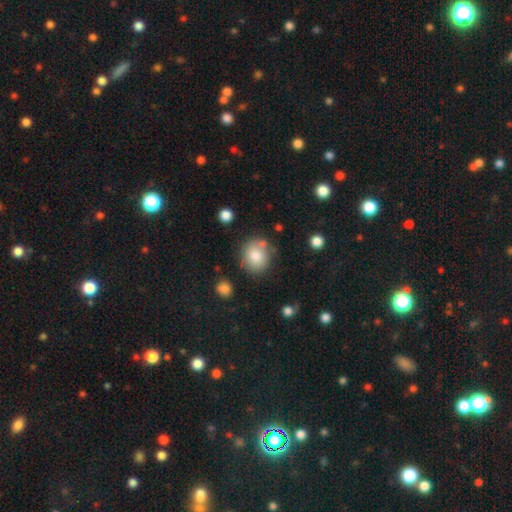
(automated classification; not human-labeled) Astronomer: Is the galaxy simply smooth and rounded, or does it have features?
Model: smooth — 80%.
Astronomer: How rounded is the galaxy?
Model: round — 78%.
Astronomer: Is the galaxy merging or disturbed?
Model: none — 73%.